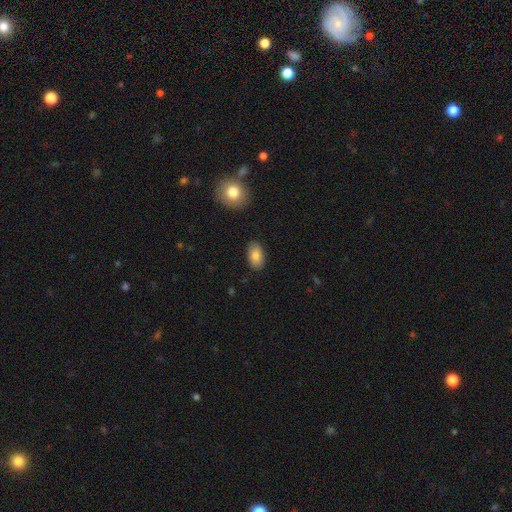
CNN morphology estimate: Smooth or featured: smooth — 85% (featured or disk — 8%)
How rounded: in between — 92% (round — 6%)
Merging: none — 86% (minor disturbance — 10%)